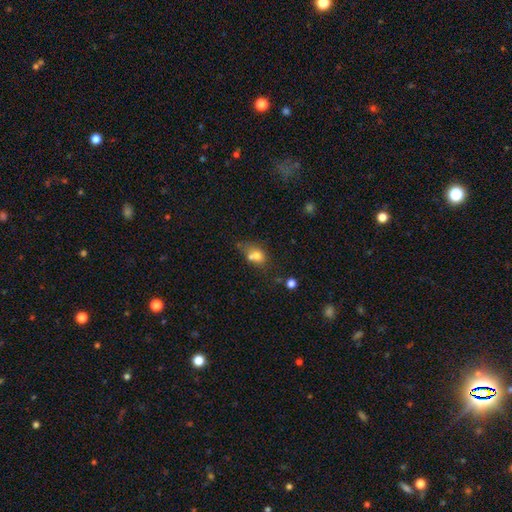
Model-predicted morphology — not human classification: This is likely a smooth galaxy (70%). How rounded: possibly in between (58%). Merging: marginally merger (42%).